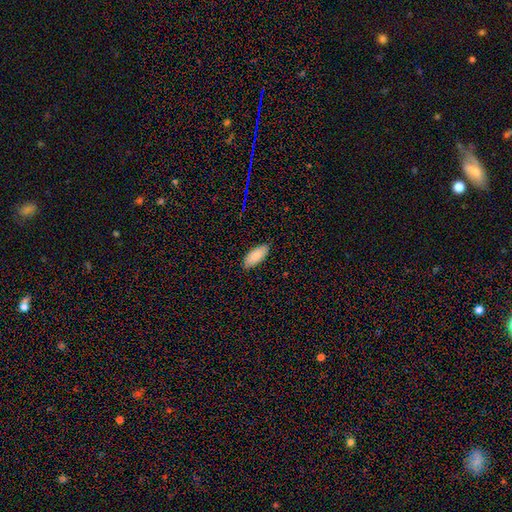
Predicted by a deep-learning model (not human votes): This appears to be a smooth galaxy with no disk features (85%) that is in between round and cigar-shaped (88%). Merging: none (86%).